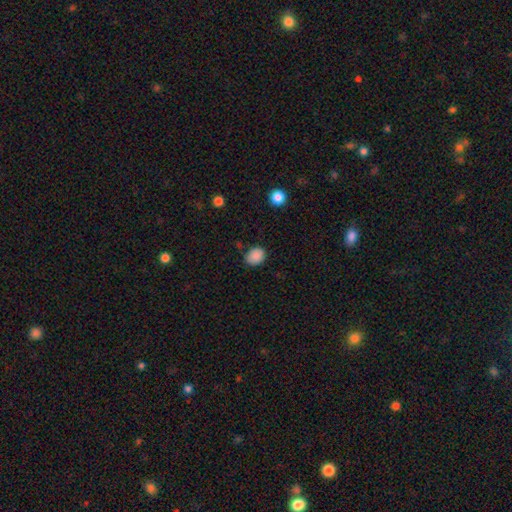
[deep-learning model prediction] smooth-or-featured: smooth: 87% | star or artifact: 9% | featured or disk: 4%
  how-rounded: round: 52% | in between: 47% | cigar-shaped: 1%
  merging: none: 75% | minor disturbance: 19% | major disturbance: 4% | merger: 2%